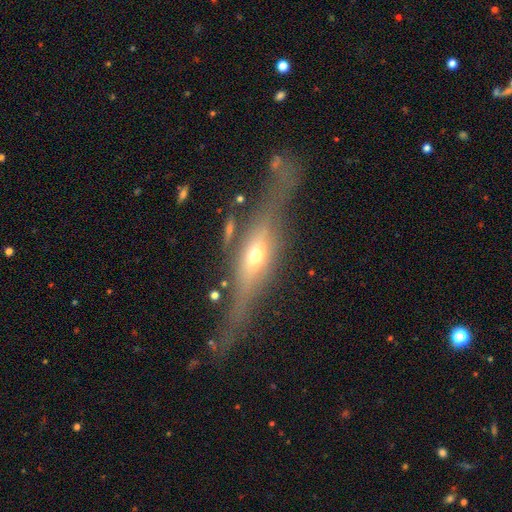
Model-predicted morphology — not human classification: Q: Smooth or featured?
A: featured or disk (71%); runner-up: smooth (20%)
Q: Edge-on disk?
A: yes (88%); runner-up: no (12%)
Q: Edge-on bulge?
A: rounded (86%); runner-up: boxy (8%)
Q: Merging?
A: none (65%); runner-up: minor disturbance (19%)